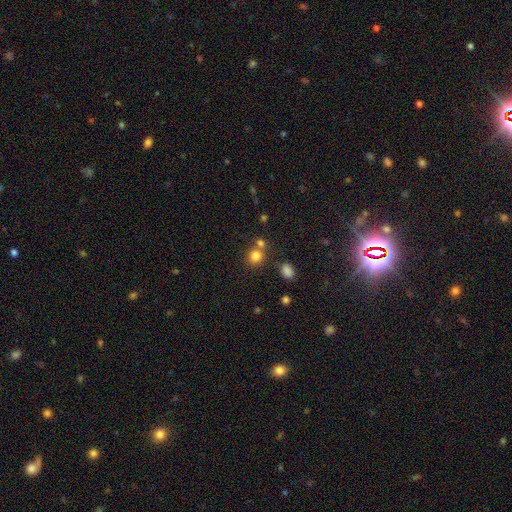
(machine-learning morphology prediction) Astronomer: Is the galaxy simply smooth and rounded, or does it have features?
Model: smooth — 81%.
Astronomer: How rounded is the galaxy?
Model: round — 82%.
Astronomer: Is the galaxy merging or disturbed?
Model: none — 62%.